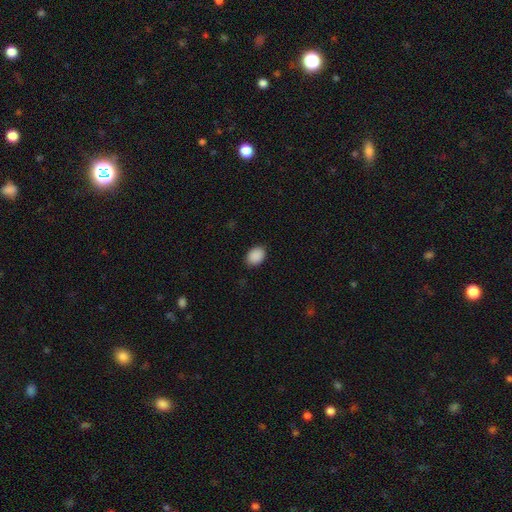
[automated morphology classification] smooth-or-featured: smooth: 90% | star or artifact: 8% | featured or disk: 2%
  how-rounded: in between: 72% | round: 27% | cigar-shaped: 1%
  merging: none: 88% | minor disturbance: 9% | major disturbance: 2% | merger: 1%